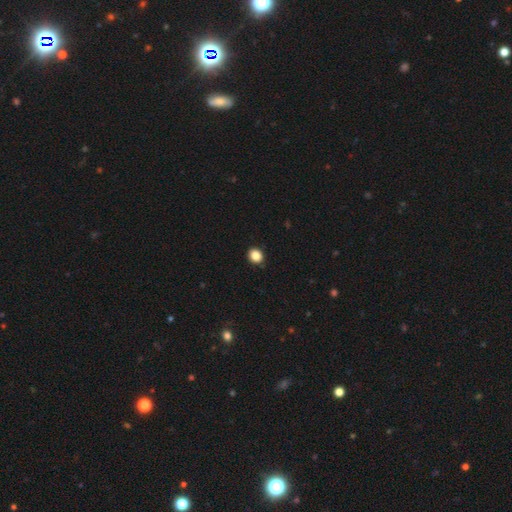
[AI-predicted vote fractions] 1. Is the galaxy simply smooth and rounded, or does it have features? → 86% smooth, 10% star or artifact, 4% featured or disk.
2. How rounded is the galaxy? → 77% round, 22% in between, 1% cigar-shaped.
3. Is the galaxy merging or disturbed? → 91% none, 6% minor disturbance, 2% major disturbance, 1% merger.